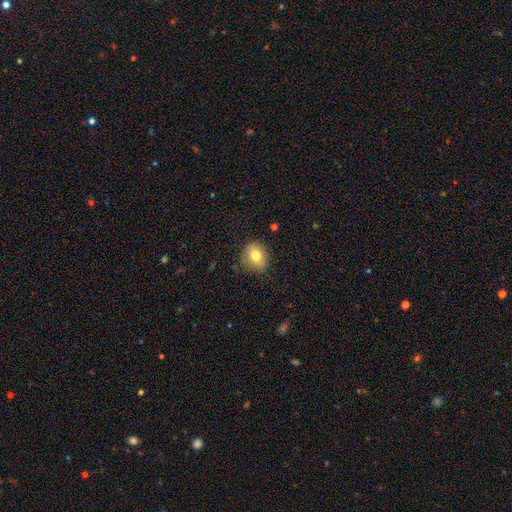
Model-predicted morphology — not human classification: A smooth galaxy with no disk features (77%) that is round (56%).

Vote fractions:
- Smooth or featured? smooth: 77% / featured or disk: 13% / star or artifact: 10%
- How rounded? round: 56% / in between: 43% / cigar-shaped: 1%
- Merging? none: 79% / minor disturbance: 16% / major disturbance: 4% / merger: 1%